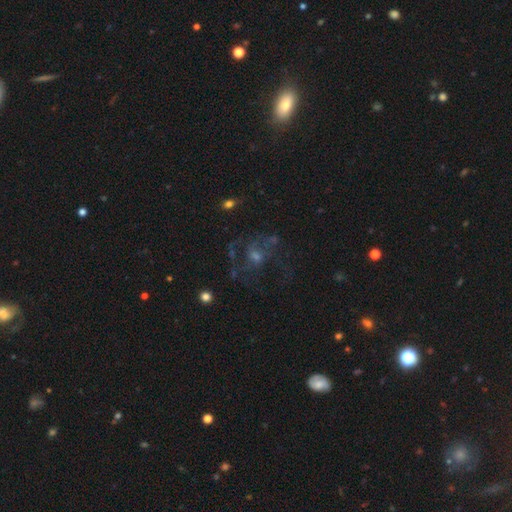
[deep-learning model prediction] A featured or disk galaxy (58%) with no bar (66%), spiral arms (63%) and a small central bulge (43%). Merging: none (51%).